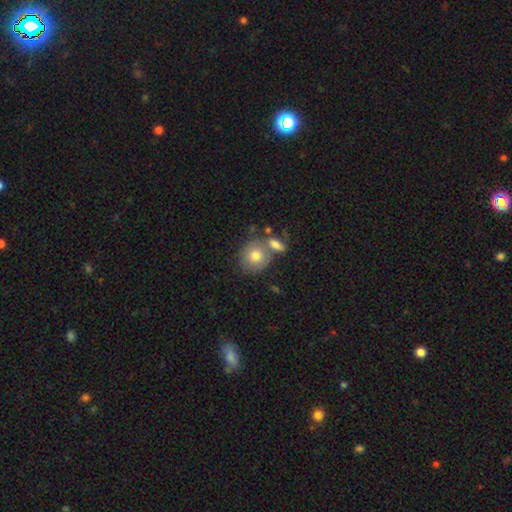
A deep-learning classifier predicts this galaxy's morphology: Smooth or featured?
  - smooth: 76% *
  - featured or disk: 16%
  - star or artifact: 8%
How rounded?
  - round: 81% *
  - in between: 18%
  - cigar-shaped: 1%
Merging?
  - none: 54% *
  - merger: 30%
  - minor disturbance: 12%
  - major disturbance: 4%